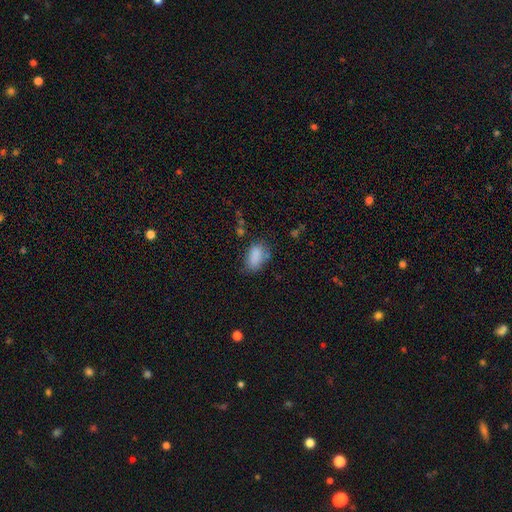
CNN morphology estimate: This is clearly a smooth galaxy (84%). How rounded: clearly in between (89%). Merging: likely none (64%).